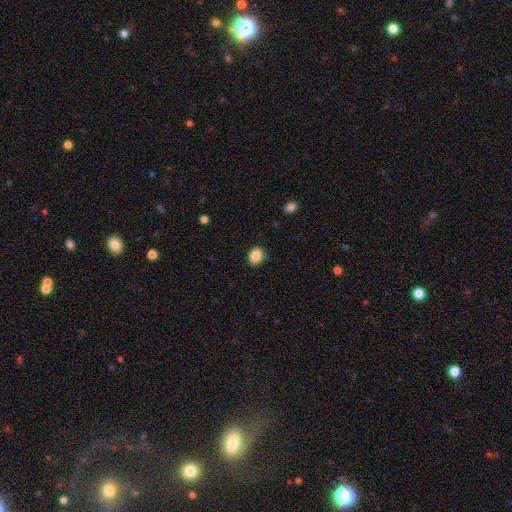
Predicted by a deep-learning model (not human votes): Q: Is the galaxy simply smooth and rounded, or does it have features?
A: smooth — 86%.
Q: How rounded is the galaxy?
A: in between — 57%.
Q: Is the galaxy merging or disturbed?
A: none — 82%.